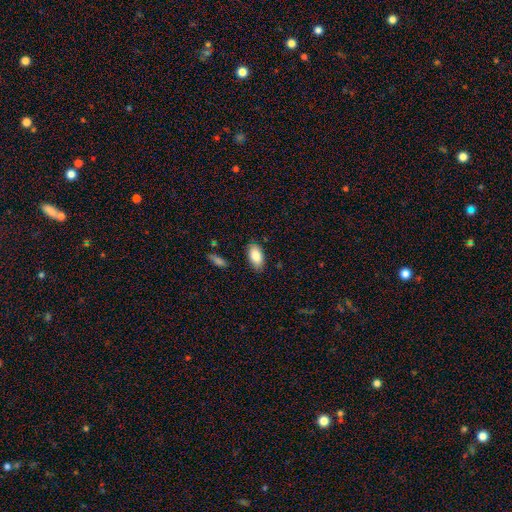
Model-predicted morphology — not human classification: Smooth or featured? smooth (85%)
How rounded? in between (93%)
Merging? none (83%)